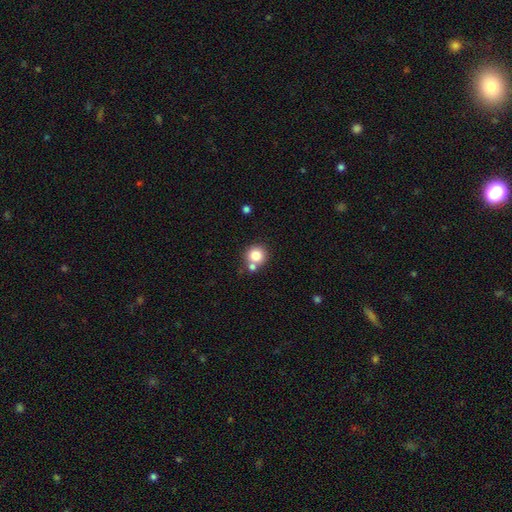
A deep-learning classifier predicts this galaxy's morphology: Q: Smooth or featured?
A: smooth (80%); runner-up: star or artifact (11%)
Q: How rounded?
A: round (91%); runner-up: in between (8%)
Q: Merging?
A: none (64%); runner-up: merger (24%)